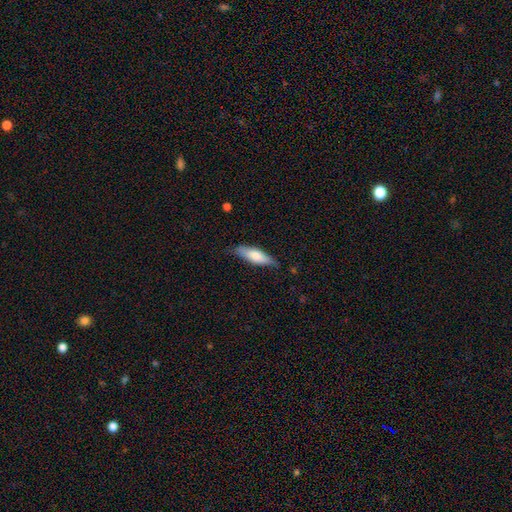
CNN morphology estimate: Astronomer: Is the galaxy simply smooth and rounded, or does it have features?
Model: smooth — 69%.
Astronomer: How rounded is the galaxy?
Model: in between — 52% (runner-up: cigar-shaped, 46%).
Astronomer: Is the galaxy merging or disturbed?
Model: none — 70%.